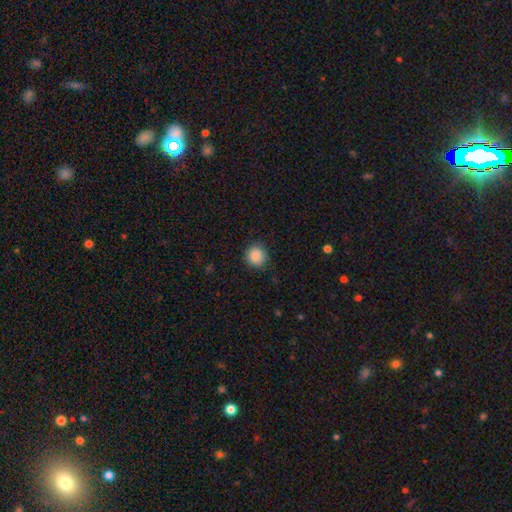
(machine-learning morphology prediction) A smooth galaxy with no disk features (88%) that is round (91%).

Vote fractions:
- Smooth or featured? smooth: 88% / star or artifact: 9% / featured or disk: 3%
- How rounded? round: 91% / in between: 8% / cigar-shaped: 1%
- Merging? none: 88% / minor disturbance: 8% / major disturbance: 2% / merger: 1%